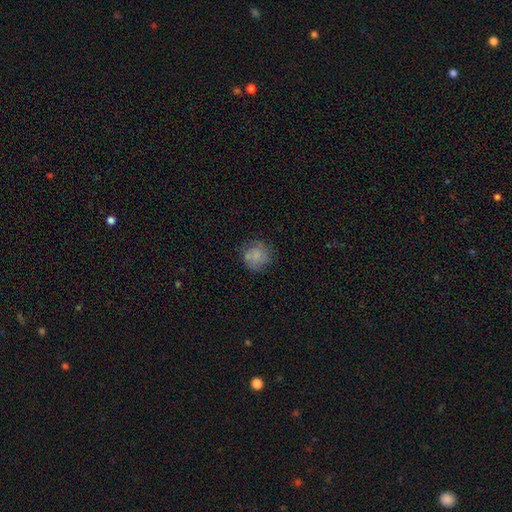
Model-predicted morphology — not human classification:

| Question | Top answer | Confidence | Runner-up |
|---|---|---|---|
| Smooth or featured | smooth | 76% | featured or disk (15%) |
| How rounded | round | 89% | in between (11%) |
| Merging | none | 72% | minor disturbance (19%) |